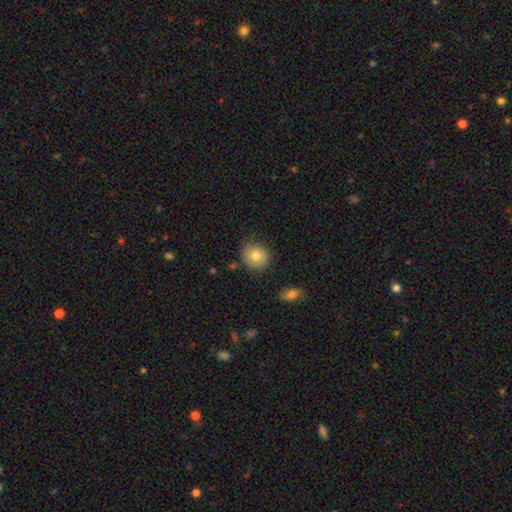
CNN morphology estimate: smooth-or-featured: smooth: 81% | featured or disk: 11% | star or artifact: 8%
  how-rounded: round: 82% | in between: 17% | cigar-shaped: 1%
  merging: none: 79% | minor disturbance: 15% | major disturbance: 3% | merger: 3%